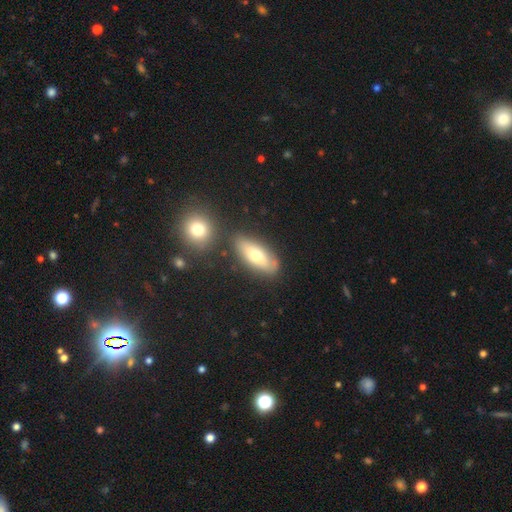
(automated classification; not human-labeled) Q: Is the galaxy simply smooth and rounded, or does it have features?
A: smooth — 63%.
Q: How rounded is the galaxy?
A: in between — 74%.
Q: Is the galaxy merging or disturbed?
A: none — 75%.